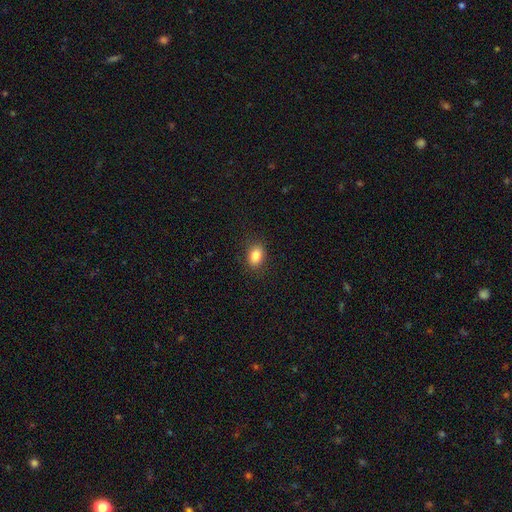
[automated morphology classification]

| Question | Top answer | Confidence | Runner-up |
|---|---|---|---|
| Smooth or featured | smooth | 85% | star or artifact (9%) |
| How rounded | in between | 80% | round (19%) |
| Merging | none | 87% | minor disturbance (10%) |